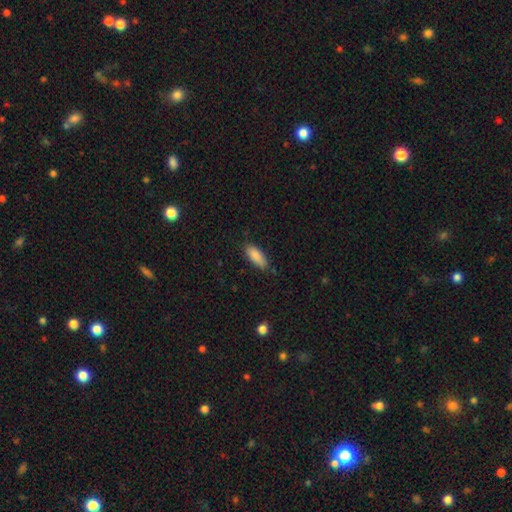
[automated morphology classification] Overall: smooth (87%). How rounded: in between (75%). Merging: none (77%).